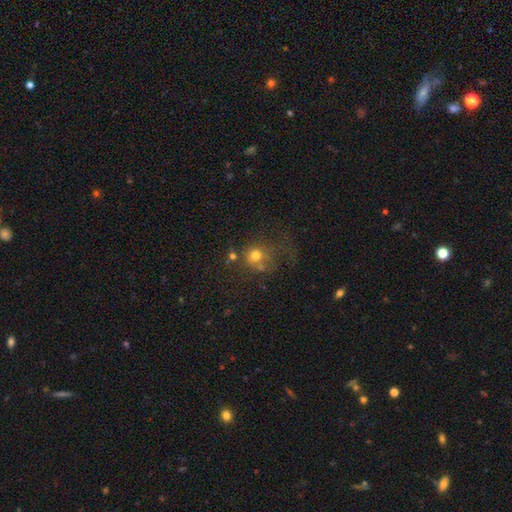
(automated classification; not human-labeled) Smooth or featured?
  - smooth: 67% *
  - star or artifact: 17%
  - featured or disk: 16%
How rounded?
  - round: 81% *
  - in between: 18%
  - cigar-shaped: 1%
Merging?
  - none: 45% *
  - major disturbance: 21%
  - merger: 17%
  - minor disturbance: 17%